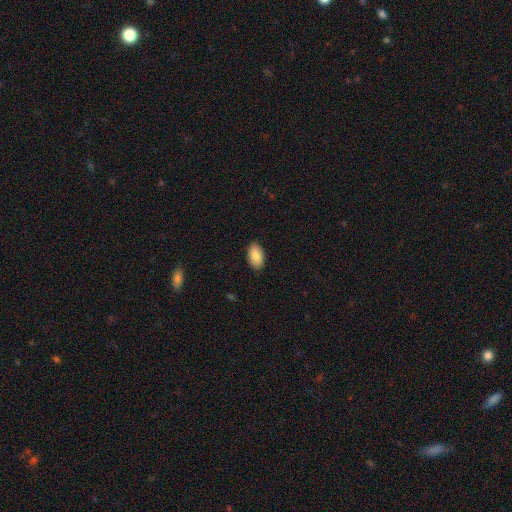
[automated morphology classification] smooth 86%, featured or disk 7%, star or artifact 6%. Down the decision tree: how rounded — in between (95%); merging — none (89%).